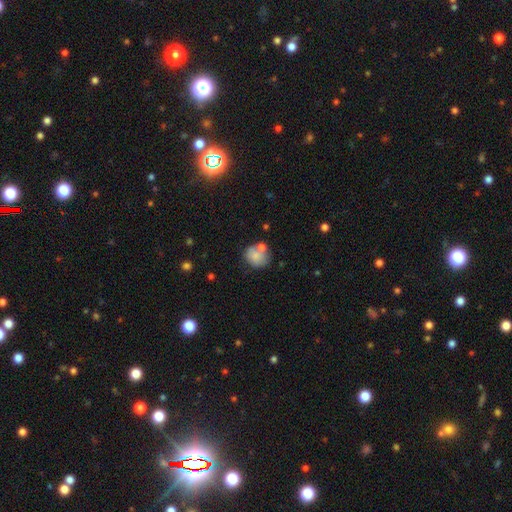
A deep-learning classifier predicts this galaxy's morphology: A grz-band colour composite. It shows a smooth galaxy with no disk features (76%) that is round (73%). Merging: none (56%).